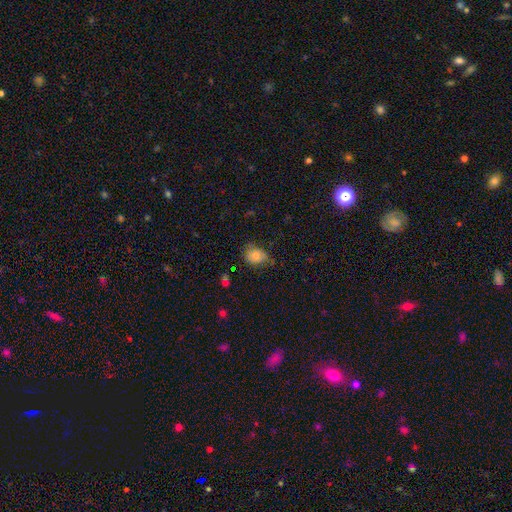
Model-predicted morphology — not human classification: Q: Smooth or featured?
A: smooth (77%); runner-up: featured or disk (13%)
Q: How rounded?
A: in between (54%); runner-up: round (45%)
Q: Merging?
A: none (56%); runner-up: minor disturbance (33%)